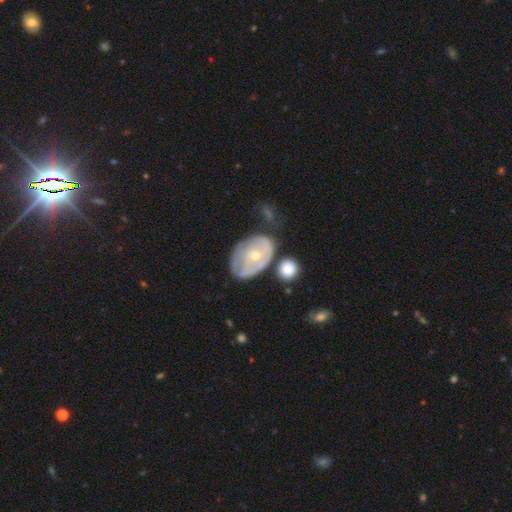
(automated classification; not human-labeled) This is likely a featured or disk galaxy (63%). It is clearly not viewed edge-on (96%). Bar: clearly no (82%). Spiral arm pattern: possibly yes (52%). Central bulge: likely small (61%). Merging: marginally none (35%).